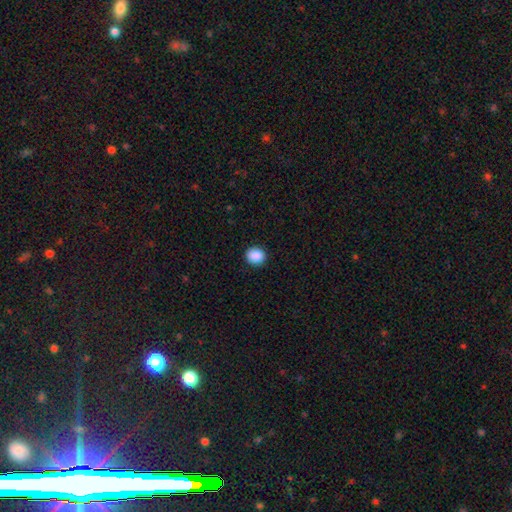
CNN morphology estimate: smooth-or-featured: smooth: 89% | star or artifact: 8% | featured or disk: 2%
  how-rounded: round: 83% | in between: 16% | cigar-shaped: 1%
  merging: none: 90% | minor disturbance: 7% | major disturbance: 2% | merger: 1%